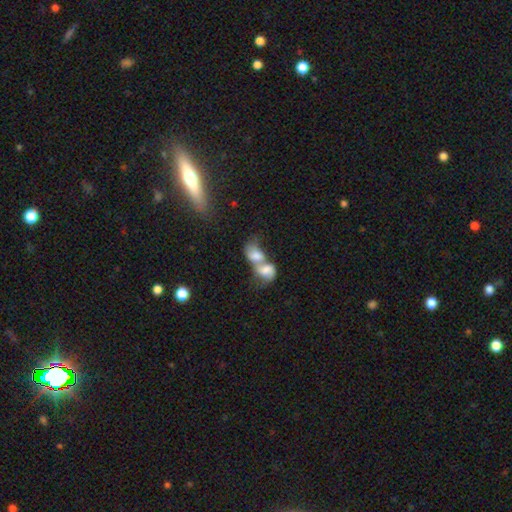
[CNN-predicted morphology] Smooth or featured: smooth — 65% (featured or disk — 26%)
How rounded: in between — 77% (round — 20%)
Merging: merger — 84% (none — 7%)